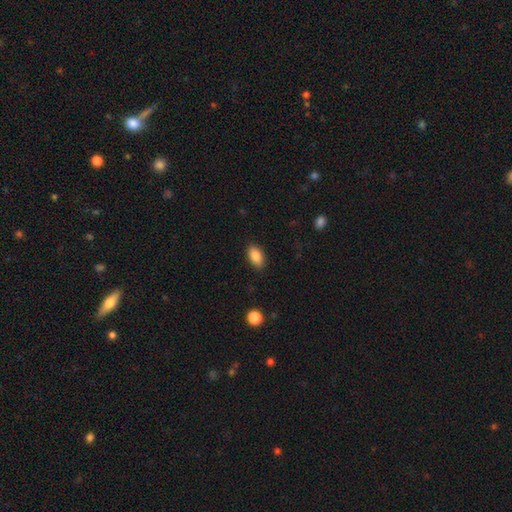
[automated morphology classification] smooth_or_featured: smooth (p=0.86) [alt: star or artifact p=0.08]
how_rounded: in between (p=0.91) [alt: round p=0.06]
merging: none (p=0.87) [alt: minor disturbance p=0.09]